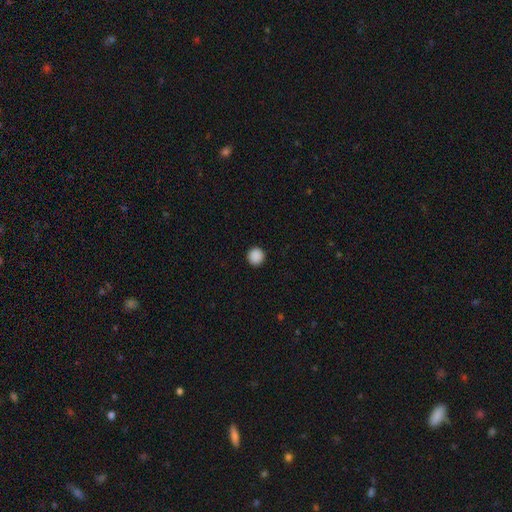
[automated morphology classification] Smooth or featured?
  - smooth: 89% *
  - star or artifact: 9%
  - featured or disk: 2%
How rounded?
  - round: 95% *
  - in between: 4%
  - cigar-shaped: 1%
Merging?
  - none: 94% *
  - minor disturbance: 4%
  - major disturbance: 2%
  - merger: 1%